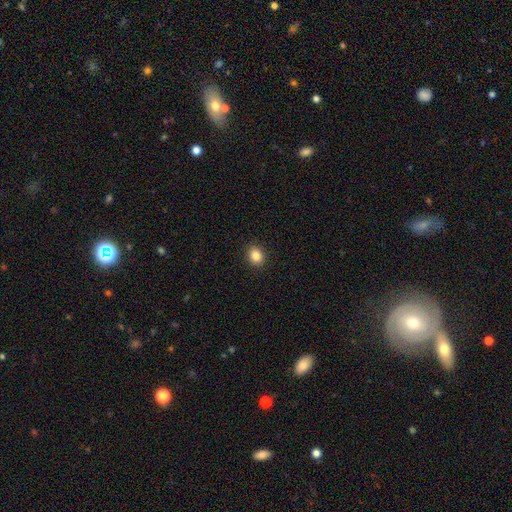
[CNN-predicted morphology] Q: Smooth or featured?
A: smooth (86%); runner-up: star or artifact (10%)
Q: How rounded?
A: round (58%); runner-up: in between (41%)
Q: Merging?
A: none (91%); runner-up: minor disturbance (6%)